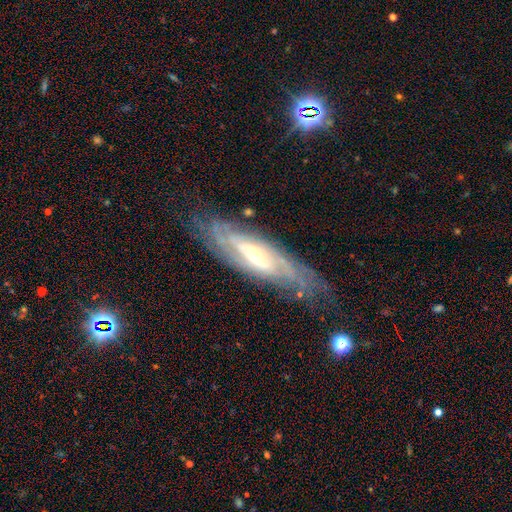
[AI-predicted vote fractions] A featured or disk galaxy (84%) with no bar (47%), tight (69%) spiral arms (92%) and a small central bulge (54%). Merging: none (75%).